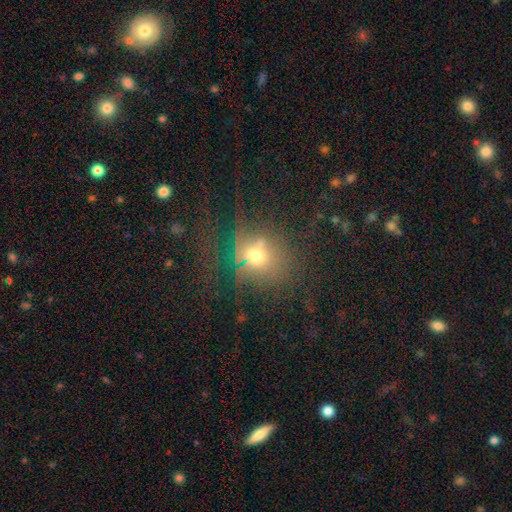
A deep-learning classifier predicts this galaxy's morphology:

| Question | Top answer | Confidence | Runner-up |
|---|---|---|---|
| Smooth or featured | smooth | 57% | featured or disk (22%) |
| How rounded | round | 70% | in between (28%) |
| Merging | none | 47% | major disturbance (27%) |